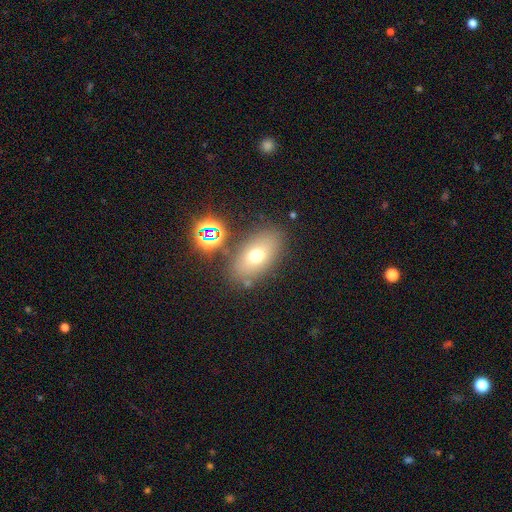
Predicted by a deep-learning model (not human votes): smooth-or-featured: smooth: 65% | featured or disk: 19% | star or artifact: 15%
  how-rounded: in between: 85% | round: 12% | cigar-shaped: 3%
  merging: none: 76% | minor disturbance: 12% | merger: 7% | major disturbance: 5%